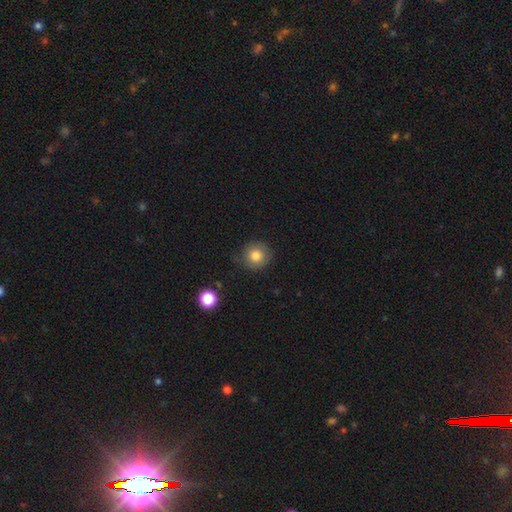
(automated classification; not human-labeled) A smooth galaxy with no disk features (81%) that is round (92%). Merging: none (82%).